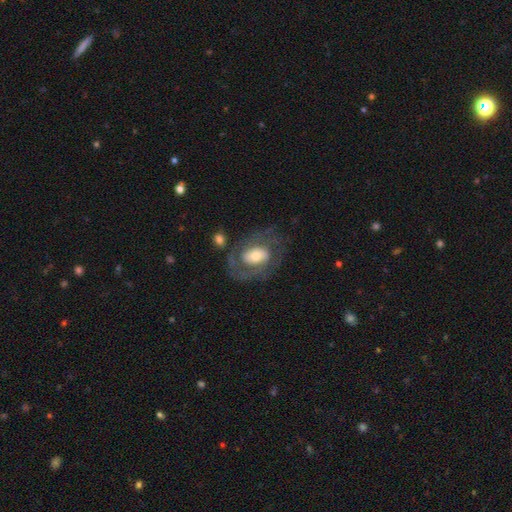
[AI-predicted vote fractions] This appears to be a featured or disk galaxy (67%) with no bar (57%), spiral arms (69%) and a moderate central bulge (54%). Merging: none (61%).